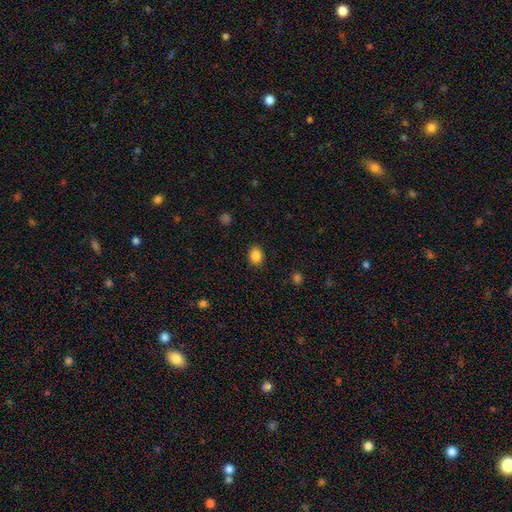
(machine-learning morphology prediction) smooth_or_featured: smooth (p=0.87) [alt: star or artifact p=0.10]
how_rounded: round (p=0.52) [alt: in between p=0.47]
merging: none (p=0.88) [alt: minor disturbance p=0.08]